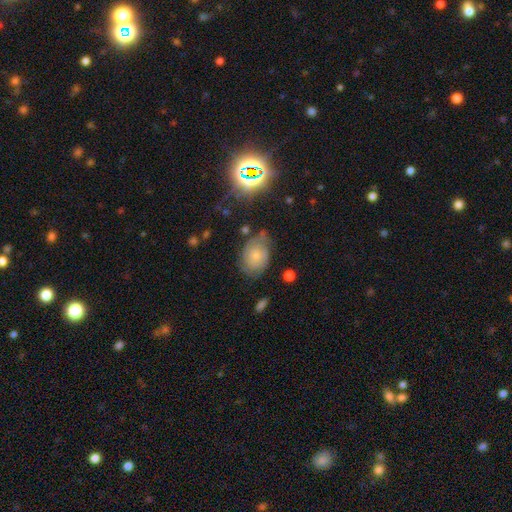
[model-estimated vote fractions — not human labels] Overall: smooth (50%; featured or disk 38%). Merging: none (58%; minor disturbance 28%).